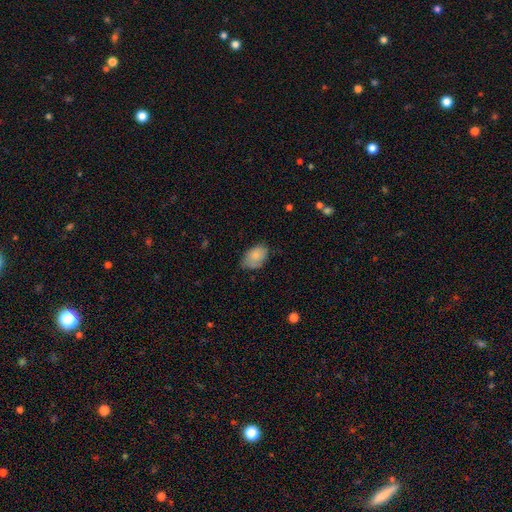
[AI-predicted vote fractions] Smooth or featured? Predicted: smooth (p=0.84). How rounded? Predicted: in between (p=0.87). Merging? Predicted: none (p=0.60).